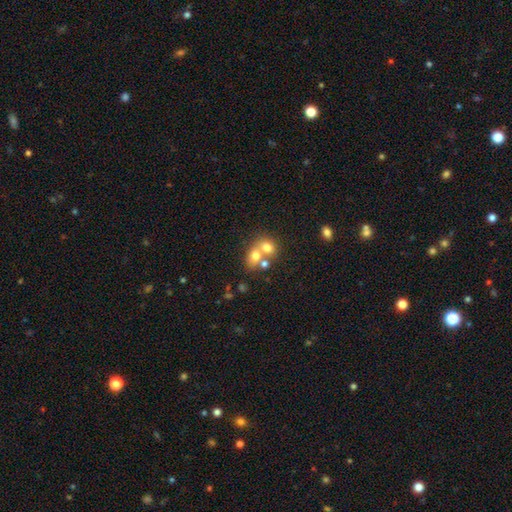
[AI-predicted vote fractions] A smooth galaxy with no disk features (68%) that is round (50%). Merging: merger (61%).